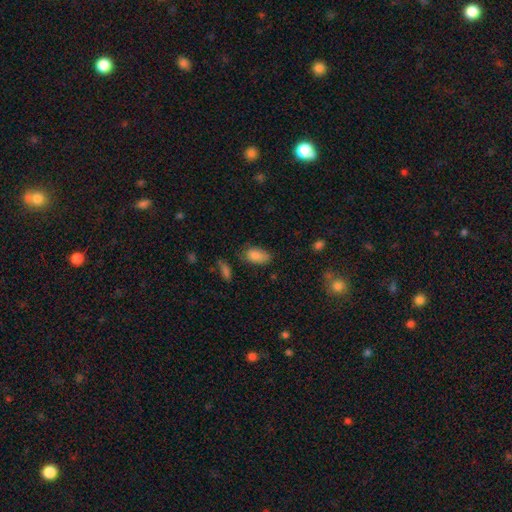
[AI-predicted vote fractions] A smooth galaxy with no disk features (84%) that is in between round and cigar-shaped (92%).

Vote fractions:
- Smooth or featured? smooth: 84% / star or artifact: 8% / featured or disk: 8%
- How rounded? in between: 92% / round: 5% / cigar-shaped: 3%
- Merging? none: 63% / minor disturbance: 27% / major disturbance: 7% / merger: 3%